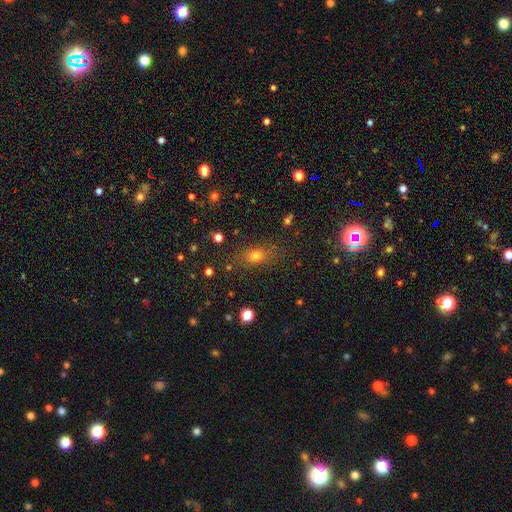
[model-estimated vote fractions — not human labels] Smooth or featured? Predicted: smooth (p=0.69). How rounded? Predicted: in between (p=0.59). Merging? Predicted: none (p=0.80).